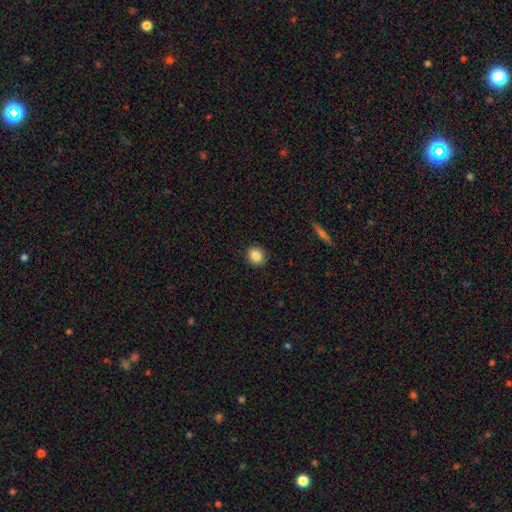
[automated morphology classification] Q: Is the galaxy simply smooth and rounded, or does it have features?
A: smooth — 86%.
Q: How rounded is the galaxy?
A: round — 72%.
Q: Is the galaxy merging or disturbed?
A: none — 90%.